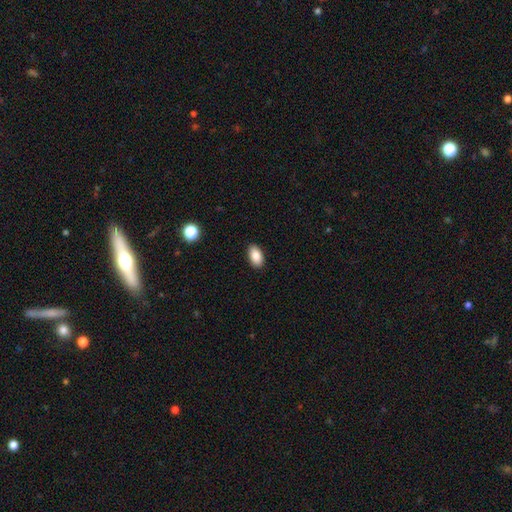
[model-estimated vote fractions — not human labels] Q: Smooth or featured?
A: smooth (87%); runner-up: star or artifact (8%)
Q: How rounded?
A: in between (94%); runner-up: round (4%)
Q: Merging?
A: none (90%); runner-up: minor disturbance (8%)